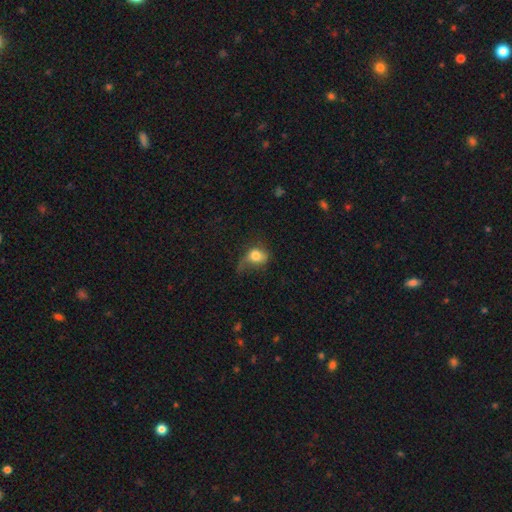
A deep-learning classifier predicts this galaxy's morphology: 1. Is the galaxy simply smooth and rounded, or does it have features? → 71% smooth, 19% featured or disk, 10% star or artifact.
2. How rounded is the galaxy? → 55% in between, 43% round, 2% cigar-shaped.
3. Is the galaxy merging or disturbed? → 41% major disturbance, 29% minor disturbance, 27% none, 3% merger.